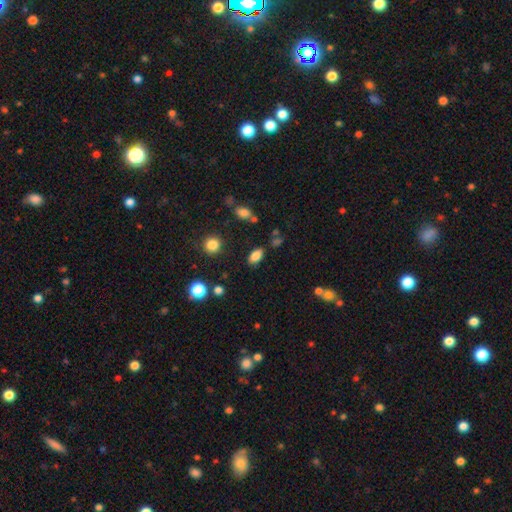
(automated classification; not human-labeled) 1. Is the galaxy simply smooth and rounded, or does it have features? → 83% smooth, 10% star or artifact, 7% featured or disk.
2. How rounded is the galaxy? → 89% in between, 8% round, 3% cigar-shaped.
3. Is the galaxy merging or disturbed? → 82% none, 11% minor disturbance, 4% merger, 3% major disturbance.